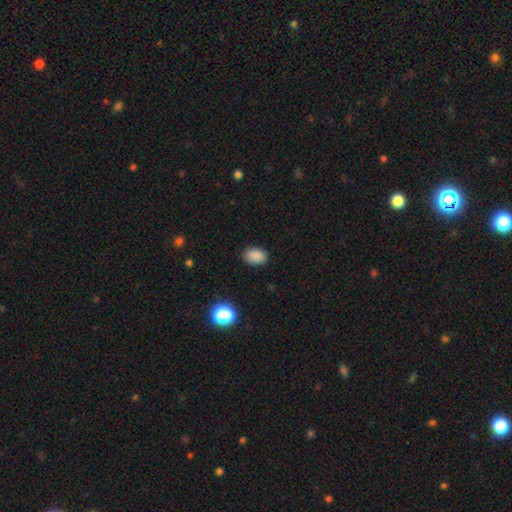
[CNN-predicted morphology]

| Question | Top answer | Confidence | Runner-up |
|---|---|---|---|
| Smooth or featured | smooth | 87% | star or artifact (10%) |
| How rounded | in between | 81% | round (18%) |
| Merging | none | 86% | minor disturbance (11%) |